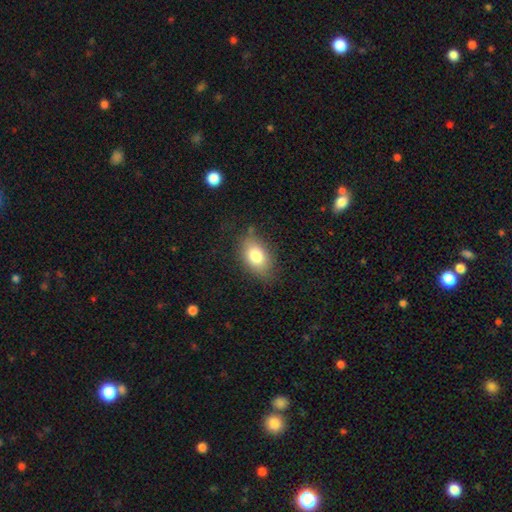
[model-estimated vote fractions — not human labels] Smooth or featured? Predicted: smooth (p=0.78). How rounded? Predicted: in between (p=0.86). Merging? Predicted: none (p=0.76).